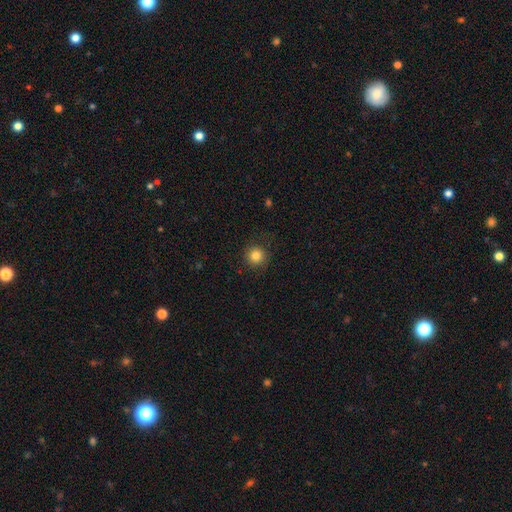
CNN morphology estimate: A smooth galaxy with no disk features (83%) that is round (94%).

Vote fractions:
- Smooth or featured? smooth: 83% / star or artifact: 11% / featured or disk: 6%
- How rounded? round: 94% / in between: 5% / cigar-shaped: 1%
- Merging? none: 88% / minor disturbance: 8% / major disturbance: 3% / merger: 1%